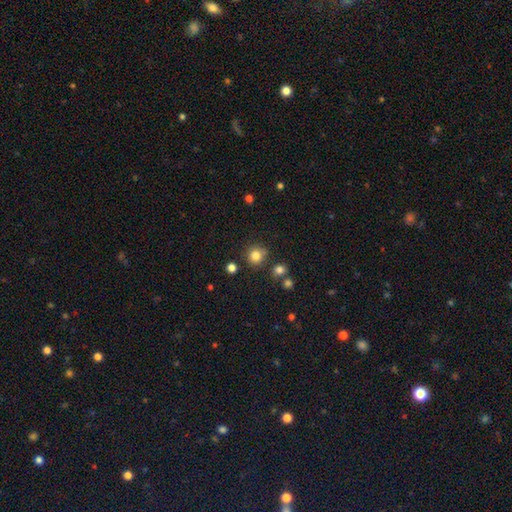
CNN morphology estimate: type=smooth (83%); roundness=round (89%); merging=none (77%).